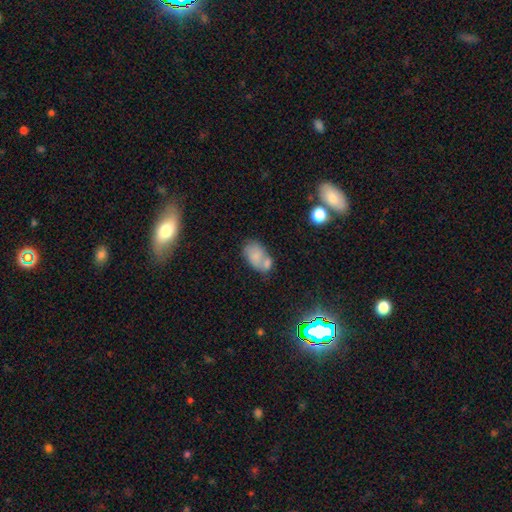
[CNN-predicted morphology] Smooth or featured: smooth — 67% (featured or disk — 23%)
How rounded: in between — 89% (round — 9%)
Merging: merger — 43% (none — 33%)